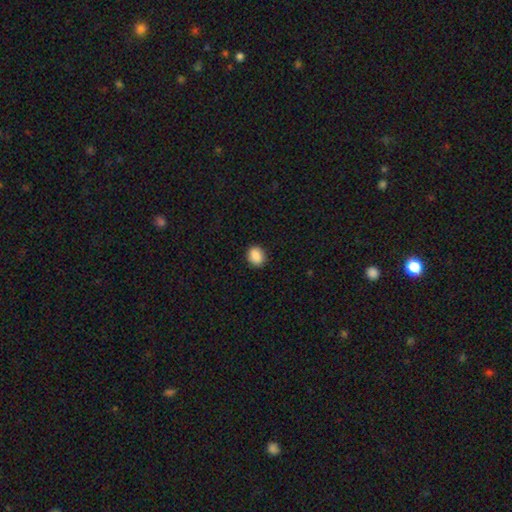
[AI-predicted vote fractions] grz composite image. It shows a smooth galaxy with no disk features (89%) that is round (57%). Merging: none (89%).